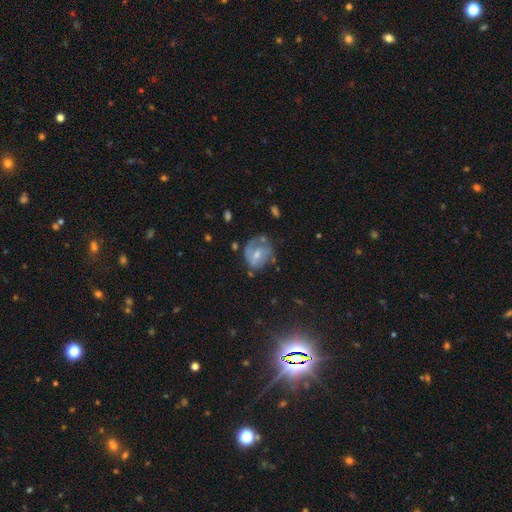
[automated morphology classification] Overall: featured or disk (58%; smooth 34%). Edge-on disk: no (97%). Bar: weak (45%; no 42%). Spiral arms: yes (67%; no 33%). Bulge size: small (47%; moderate 44%). Merging: none (48%; minor disturbance 27%).